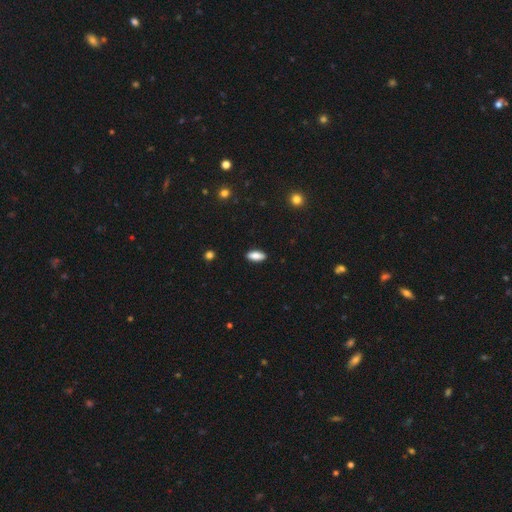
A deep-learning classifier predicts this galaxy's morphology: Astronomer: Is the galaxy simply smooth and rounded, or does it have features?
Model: smooth — 85%.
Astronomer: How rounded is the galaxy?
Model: in between — 78%.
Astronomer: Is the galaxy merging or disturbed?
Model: none — 89%.